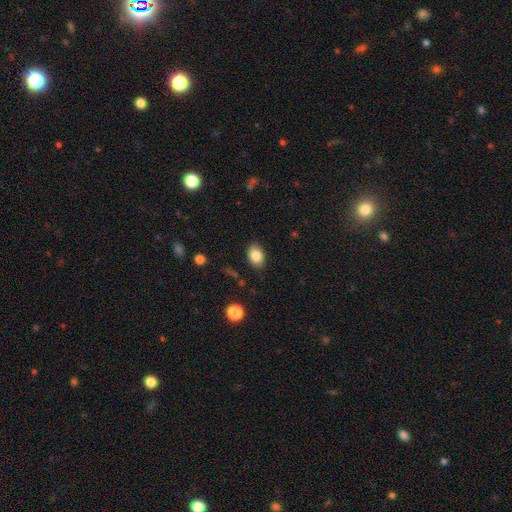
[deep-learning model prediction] The model was most divided on "how rounded": in between: 79%, round: 20%, cigar-shaped: 1%. More confident: merging — none (86%); smooth or featured — smooth (85%).